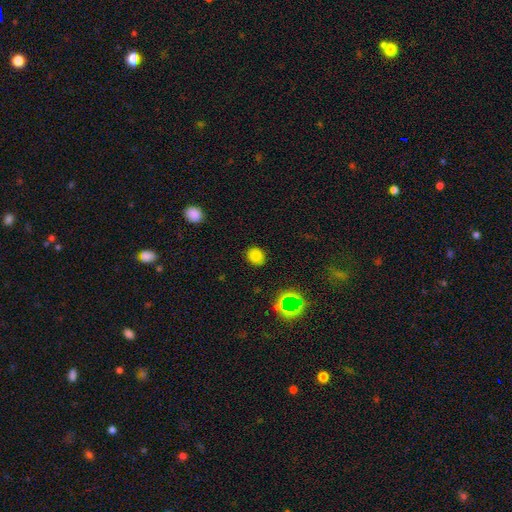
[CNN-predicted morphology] A smooth galaxy with no disk features (79%) that is round (73%). Merging: none (87%).